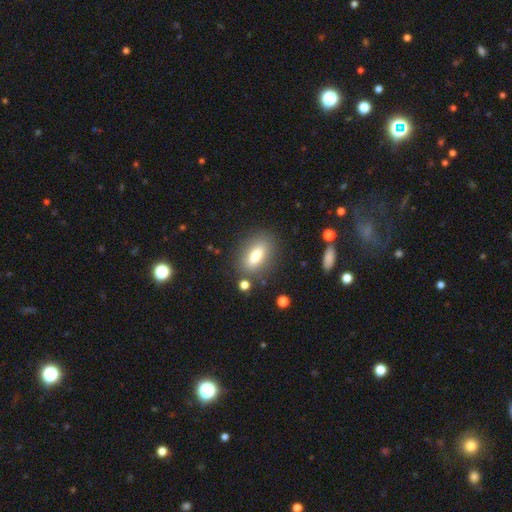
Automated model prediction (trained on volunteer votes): This is likely a smooth galaxy (75%). How rounded: clearly in between (82%). Merging: clearly none (82%).